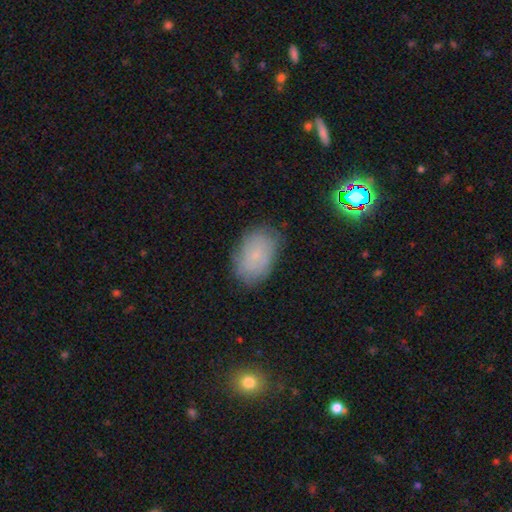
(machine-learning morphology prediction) This appears to be a smooth galaxy with no disk features (68%) that is in between round and cigar-shaped (88%). Merging: none (79%).